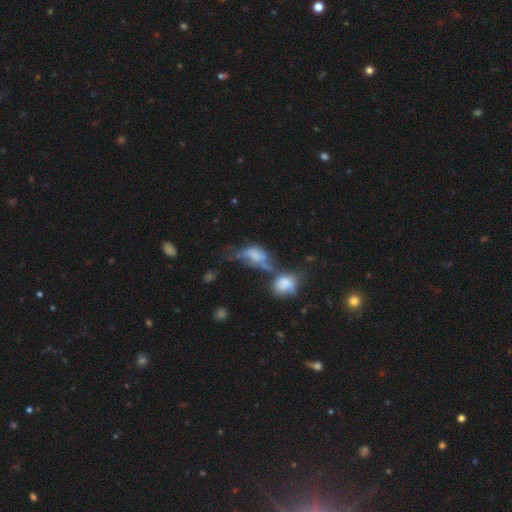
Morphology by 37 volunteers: A smooth galaxy with no disk features (59%) that is in between round and cigar-shaped (91%). Merging: merger (58%).